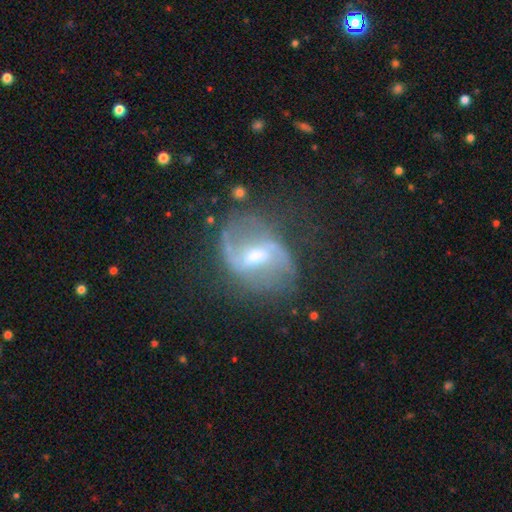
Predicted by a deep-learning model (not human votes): A featured or disk galaxy (84%) with a weak bar (48%), 2 (88%) loose (49%) spiral arms (92%) and a moderate central bulge (57%).

Vote fractions:
- Smooth or featured? featured or disk: 84% / smooth: 9% / star or artifact: 8%
- Edge-on disk? no: 97% / yes: 3%
- Bar? weak: 48% / strong: 36% / no: 16%
- Spiral arms? yes: 92% / no: 8%
- Spiral winding? loose: 49% / medium: 39% / tight: 12%
- Spiral arm count? 2: 88% / can't tell: 5% / 1: 3% / 3: 2% / 4: 1% / more than 4: 1%
- Bulge size? moderate: 57% / small: 32% / large: 8% / none: 3% / dominant: 1%
- Merging? none: 69% / minor disturbance: 17% / major disturbance: 12% / merger: 2%